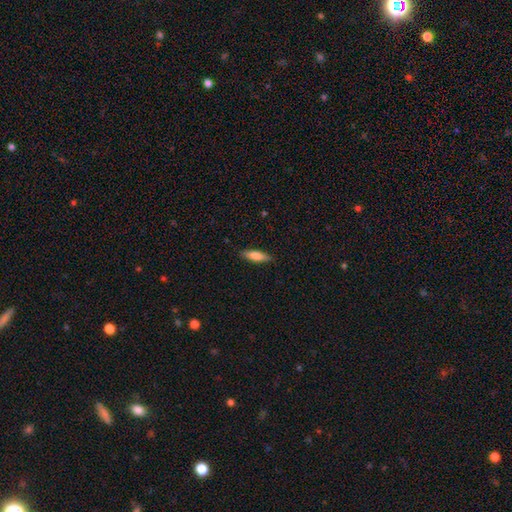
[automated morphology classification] A smooth galaxy with no disk features (75%) that is cigar-shaped (58%).

Vote fractions:
- Smooth or featured? smooth: 75% / featured or disk: 19% / star or artifact: 6%
- How rounded? cigar-shaped: 58% / in between: 40% / round: 2%
- Merging? none: 87% / minor disturbance: 10% / major disturbance: 2% / merger: 1%